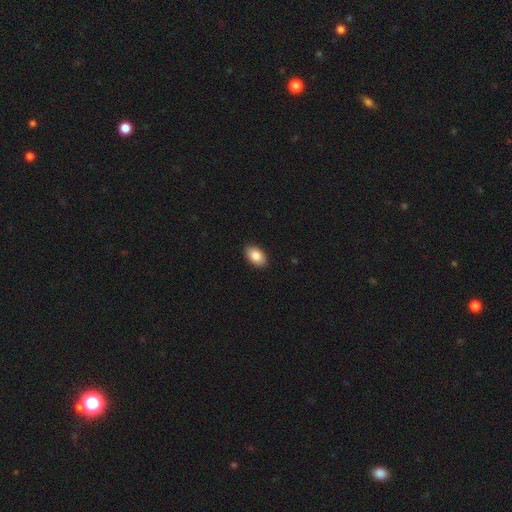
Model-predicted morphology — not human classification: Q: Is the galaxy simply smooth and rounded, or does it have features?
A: smooth — 87%.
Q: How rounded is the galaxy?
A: in between — 93%.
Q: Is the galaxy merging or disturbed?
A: none — 90%.